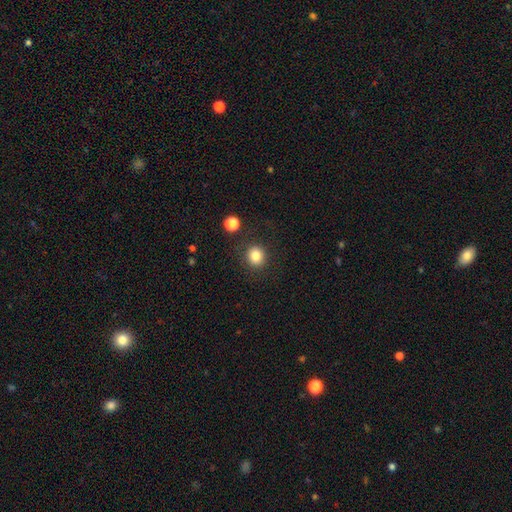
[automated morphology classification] Overall: smooth (83%). How rounded: round (84%). Merging: none (85%).